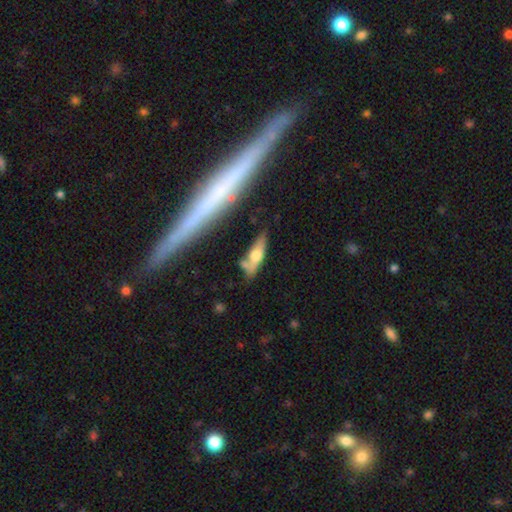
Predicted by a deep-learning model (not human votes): This appears to be a smooth galaxy with no disk features (48%). Merging: none (51%).